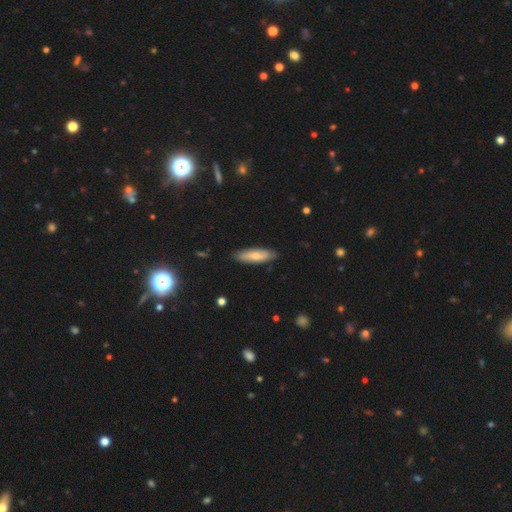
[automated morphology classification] This is likely a smooth galaxy (68%). How rounded: possibly cigar-shaped (53%). Merging: clearly none (84%).